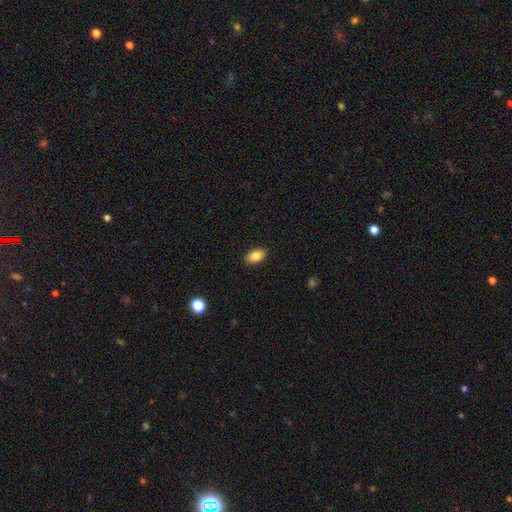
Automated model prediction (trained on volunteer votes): Overall: smooth (84%). How rounded: in between (91%). Merging: none (89%).